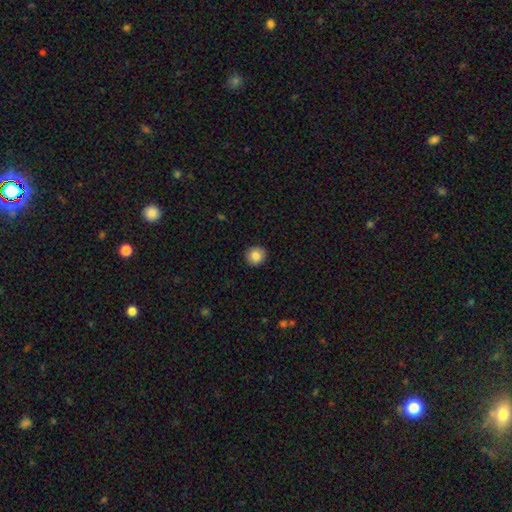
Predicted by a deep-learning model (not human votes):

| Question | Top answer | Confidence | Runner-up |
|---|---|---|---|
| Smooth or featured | smooth | 86% | star or artifact (9%) |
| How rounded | round | 92% | in between (7%) |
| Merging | none | 92% | minor disturbance (5%) |